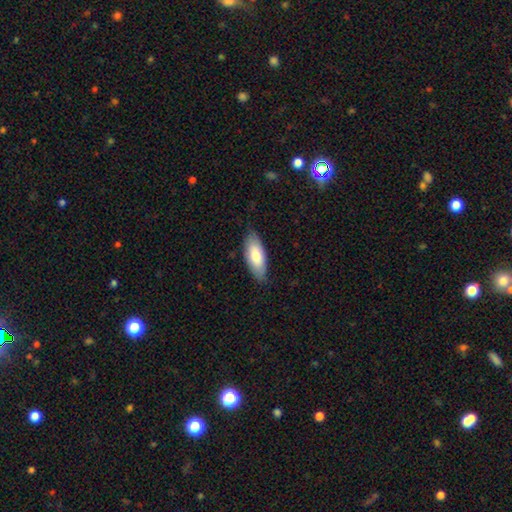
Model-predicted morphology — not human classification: Smooth or featured? Predicted: smooth (p=0.76). How rounded? Predicted: in between (p=0.84). Merging? Predicted: none (p=0.79).